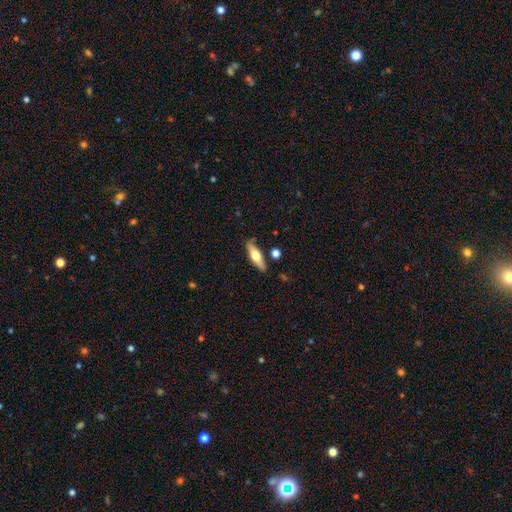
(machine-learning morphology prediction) Smooth or featured: smooth — 48% (featured or disk — 46%)
Merging: none — 82% (minor disturbance — 12%)